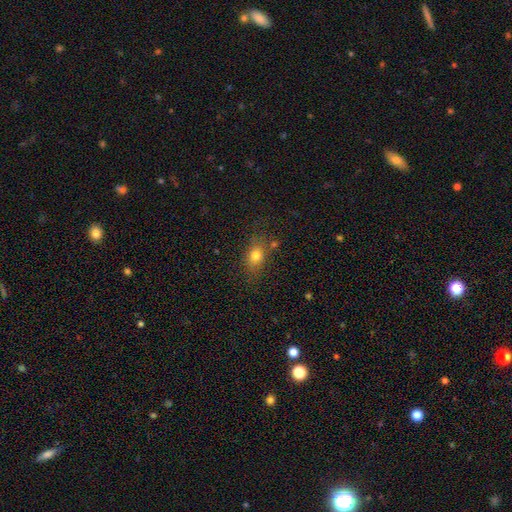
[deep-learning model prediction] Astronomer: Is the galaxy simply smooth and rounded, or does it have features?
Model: smooth — 76%.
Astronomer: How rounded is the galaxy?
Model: in between — 66%.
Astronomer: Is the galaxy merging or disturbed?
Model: none — 73%.